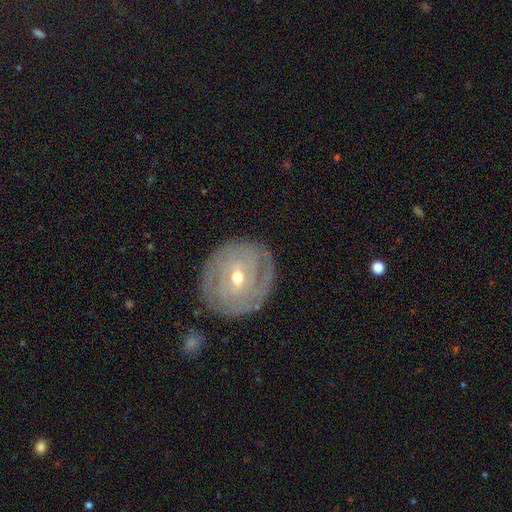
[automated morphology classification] The model was most divided on "bar": weak: 45%, no: 36%, strong: 19%. Remaining: edge-on disk — no (96%); spiral arms — yes (90%); merging — none (83%); spiral winding — tight (82%); smooth or featured — featured or disk (81%); bulge size — moderate (54%); spiral arm count — can't tell (37%).